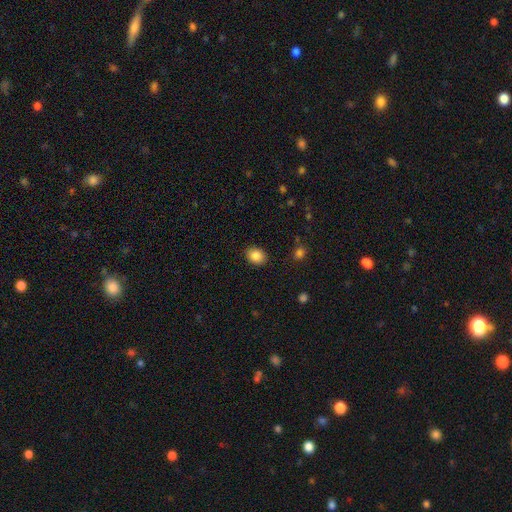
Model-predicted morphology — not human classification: Overall: smooth (86%). How rounded: in between (56%; round 43%). Merging: none (88%).